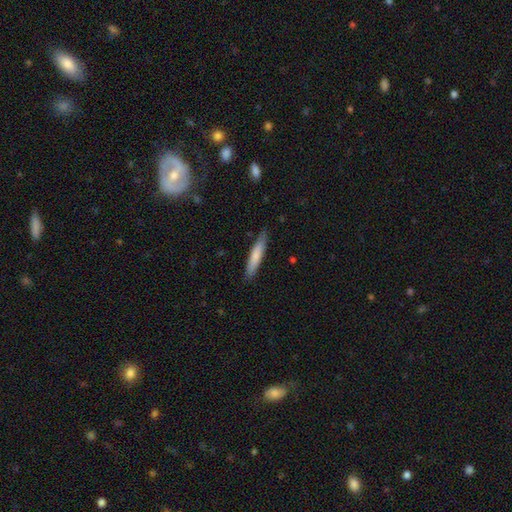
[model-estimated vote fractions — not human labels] A smooth galaxy with no disk features (75%) that is cigar-shaped (89%). Merging: none (86%).